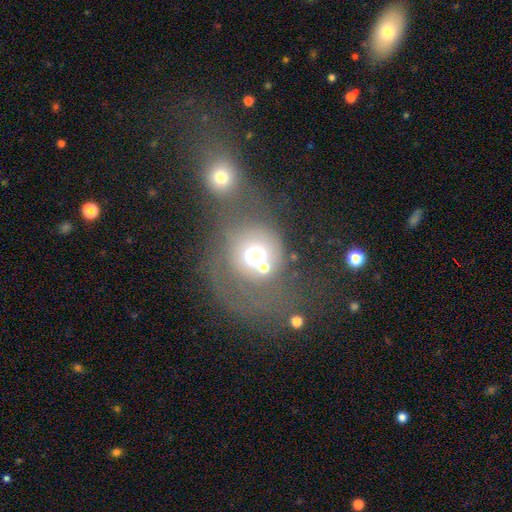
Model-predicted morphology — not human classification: Q: Smooth or featured?
A: smooth (56%); runner-up: featured or disk (31%)
Q: How rounded?
A: round (73%); runner-up: in between (26%)
Q: Merging?
A: merger (52%); runner-up: none (21%)